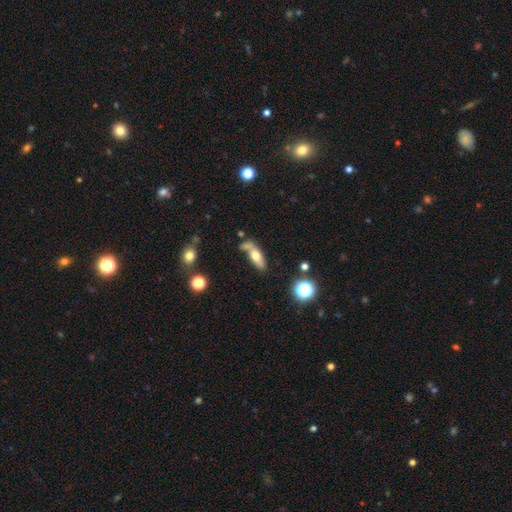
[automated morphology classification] This appears to be a smooth galaxy with no disk features (55%) that is in between round and cigar-shaped (64%). Merging: none (47%).